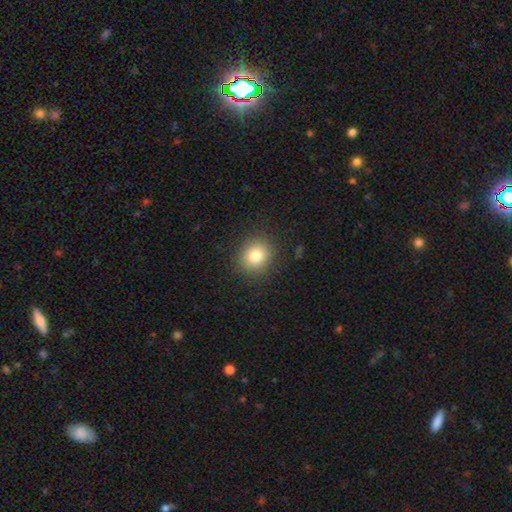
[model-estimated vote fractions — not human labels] Smooth or featured? smooth (81%)
How rounded? round (78%)
Merging? none (88%)